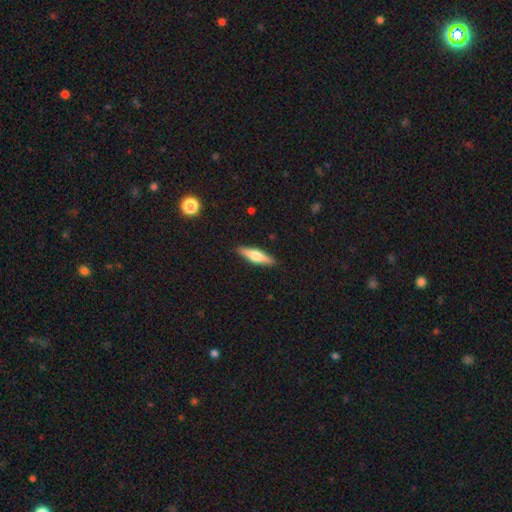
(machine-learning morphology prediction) smooth_or_featured: smooth (p=0.50) [alt: featured or disk p=0.44]
merging: none (p=0.90) [alt: minor disturbance p=0.07]